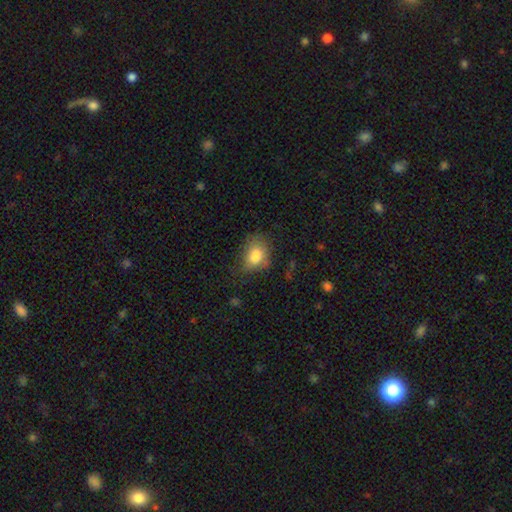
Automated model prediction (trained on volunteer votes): smooth 81%, featured or disk 11%, star or artifact 9%. Down the decision tree: how rounded — in between (71%); merging — none (51%).